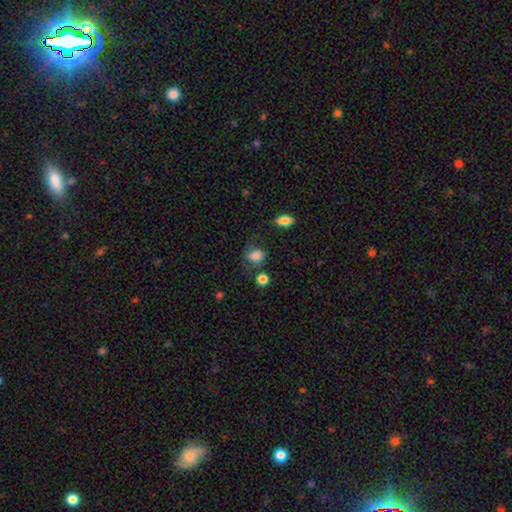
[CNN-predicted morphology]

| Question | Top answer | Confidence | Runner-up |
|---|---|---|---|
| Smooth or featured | smooth | 84% | star or artifact (10%) |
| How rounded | round | 68% | in between (31%) |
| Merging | none | 67% | minor disturbance (19%) |